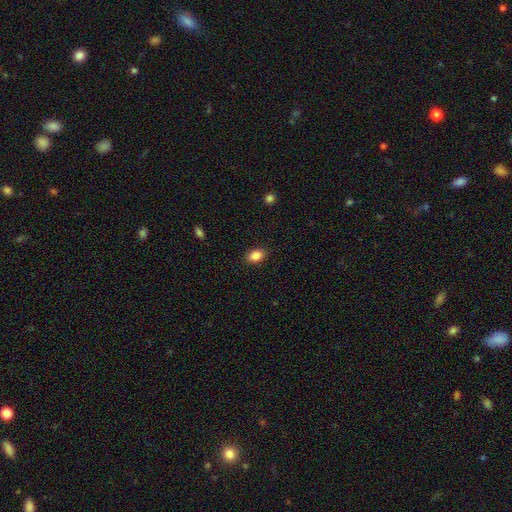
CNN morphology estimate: smooth-or-featured: smooth: 87% | star or artifact: 9% | featured or disk: 5%
  how-rounded: in between: 78% | round: 21% | cigar-shaped: 1%
  merging: none: 89% | minor disturbance: 8% | major disturbance: 2% | merger: 1%